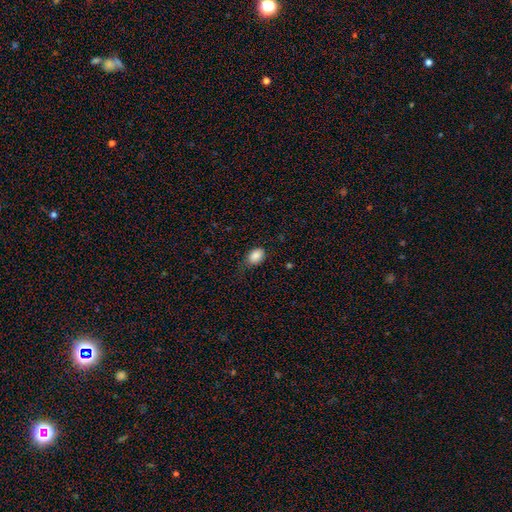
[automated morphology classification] smooth-or-featured: smooth: 86% | star or artifact: 8% | featured or disk: 6%
  how-rounded: in between: 82% | round: 17% | cigar-shaped: 1%
  merging: none: 65% | minor disturbance: 26% | major disturbance: 8% | merger: 1%